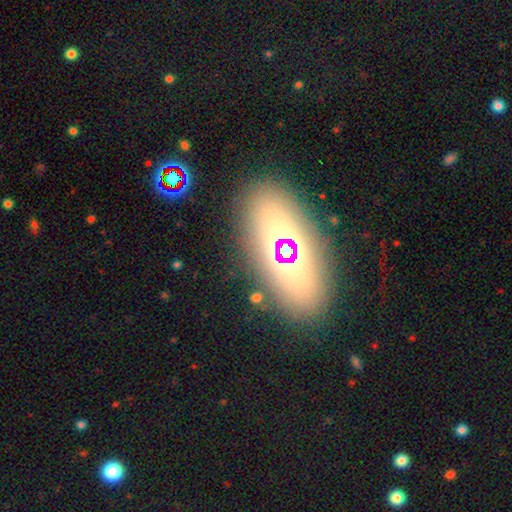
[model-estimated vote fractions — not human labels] smooth_or_featured: featured or disk (p=0.49) [alt: smooth p=0.33]
merging: none (p=0.80) [alt: minor disturbance p=0.11]